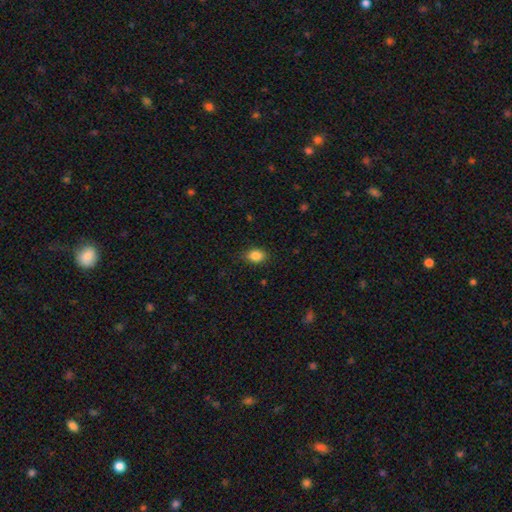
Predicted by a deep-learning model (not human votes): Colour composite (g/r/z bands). It shows a smooth galaxy with no disk features (85%) that is in between round and cigar-shaped (66%). Merging: none (83%).